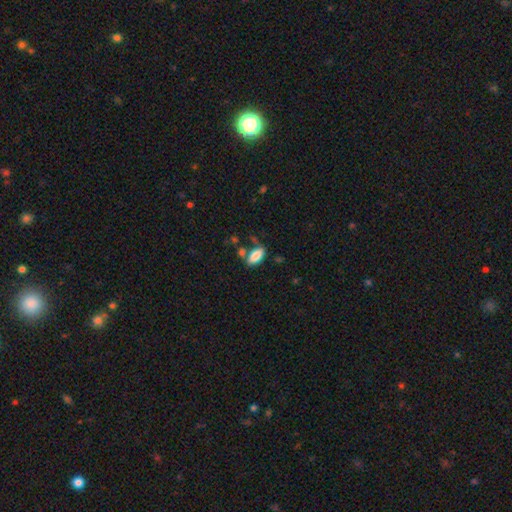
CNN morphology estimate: Smooth or featured?
  - smooth: 85% *
  - featured or disk: 8%
  - star or artifact: 7%
How rounded?
  - in between: 90% *
  - cigar-shaped: 7%
  - round: 3%
Merging?
  - none: 66% *
  - minor disturbance: 17%
  - merger: 12%
  - major disturbance: 5%